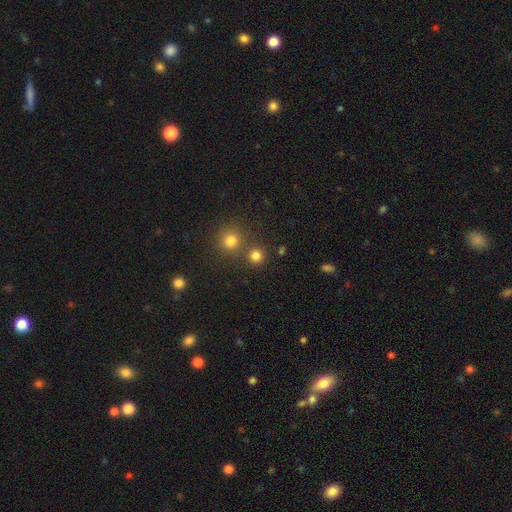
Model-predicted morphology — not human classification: smooth_or_featured: smooth (p=0.79) [alt: star or artifact p=0.16]
how_rounded: round (p=0.92) [alt: in between p=0.07]
merging: none (p=0.75) [alt: merger p=0.16]